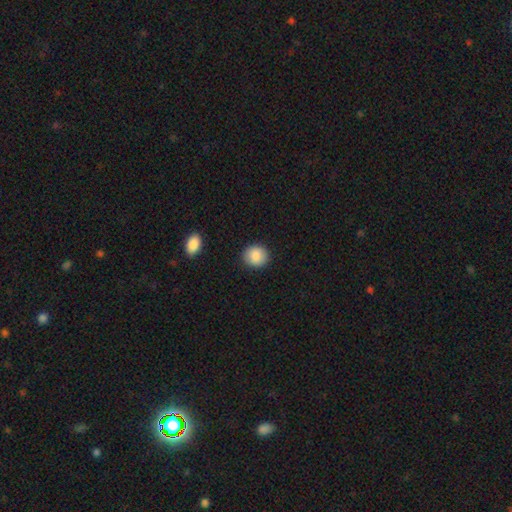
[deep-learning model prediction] A smooth galaxy with no disk features (89%) that is round (78%). Merging: none (89%).